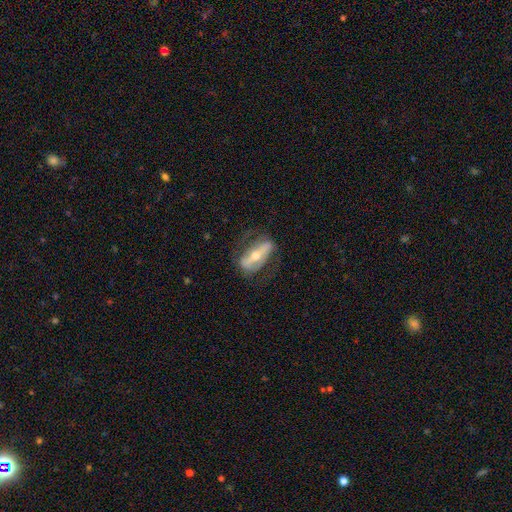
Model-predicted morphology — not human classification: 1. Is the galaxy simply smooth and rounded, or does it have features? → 70% featured or disk, 24% smooth, 6% star or artifact.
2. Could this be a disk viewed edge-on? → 77% no, 23% yes.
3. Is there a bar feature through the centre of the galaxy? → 66% strong, 17% no, 17% weak.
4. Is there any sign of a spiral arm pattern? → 57% yes, 43% no.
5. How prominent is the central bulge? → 58% moderate, 37% small, 4% large, 1% dominant, 1% none.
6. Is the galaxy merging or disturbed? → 65% none, 19% minor disturbance, 14% major disturbance, 2% merger.